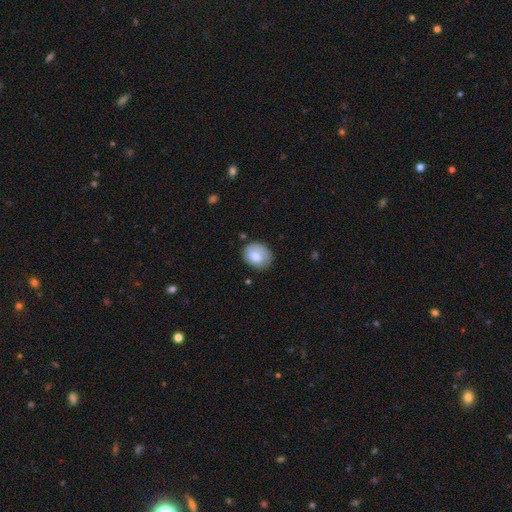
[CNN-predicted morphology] smooth 77%, featured or disk 16%, star or artifact 7%. Down the decision tree: how rounded — in between (61%); merging — none (67%).